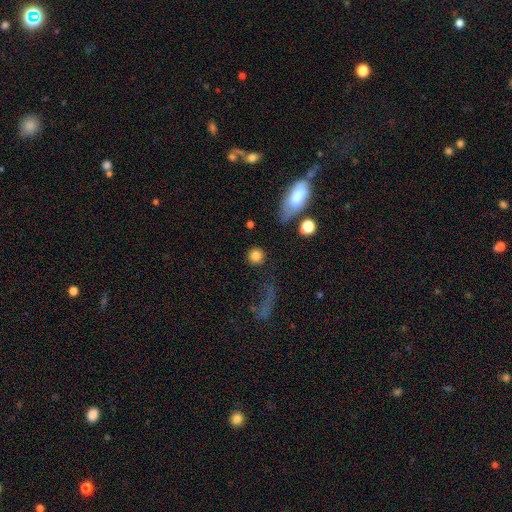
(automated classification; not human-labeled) Morphology: type=smooth (83%); roundness=round (92%); merging=none (84%).